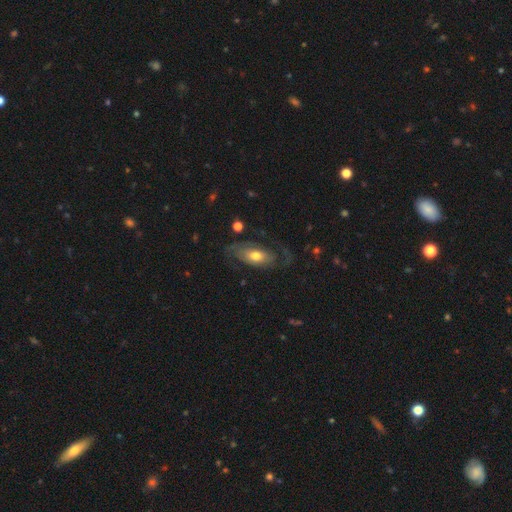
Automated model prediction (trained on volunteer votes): This is likely a featured or disk galaxy (66%). It is clearly not viewed edge-on (90%). Bar: likely no (71%). Spiral arm pattern: clearly yes (82%). Central bulge: likely moderate (66%). Merging: possibly none (59%).